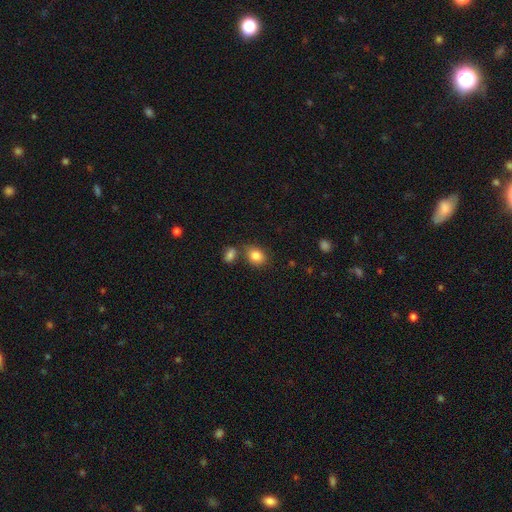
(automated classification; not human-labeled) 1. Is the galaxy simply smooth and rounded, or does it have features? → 85% smooth, 9% star or artifact, 6% featured or disk.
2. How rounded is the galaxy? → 58% in between, 41% round, 1% cigar-shaped.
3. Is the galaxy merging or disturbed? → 65% none, 17% merger, 13% minor disturbance, 4% major disturbance.